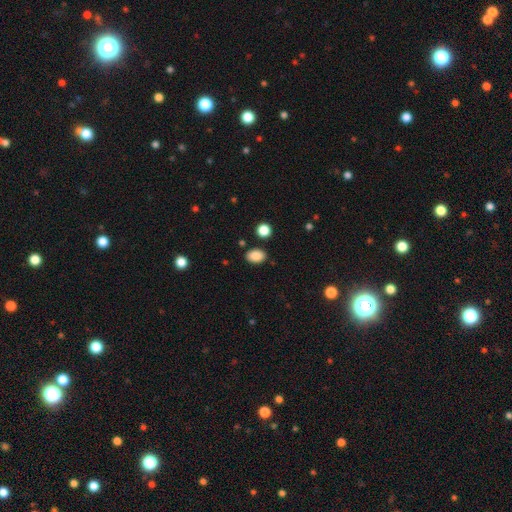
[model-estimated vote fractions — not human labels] smooth 87%, star or artifact 9%, featured or disk 4%. Down the decision tree: how rounded — in between (81%); merging — none (85%).